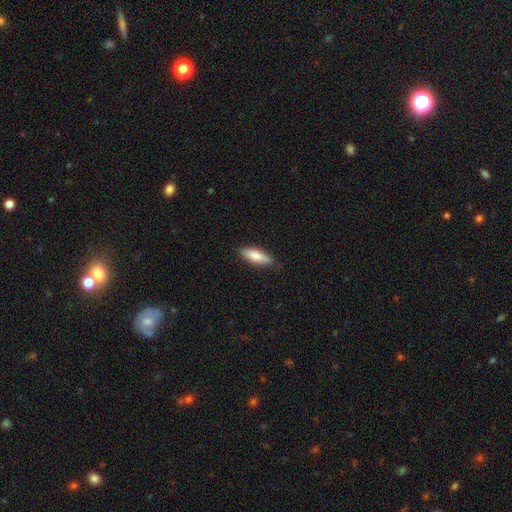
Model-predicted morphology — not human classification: Smooth or featured? smooth (79%)
How rounded? in between (59%)
Merging? none (80%)